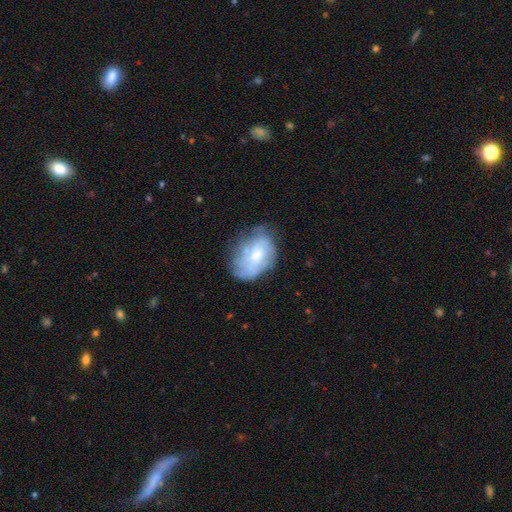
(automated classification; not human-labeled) Smooth or featured? featured or disk (54%)
Edge-on disk? no (96%)
Bar? no (67%)
Spiral arms? yes (58%)
Bulge size? small (48%)
Merging? none (52%)